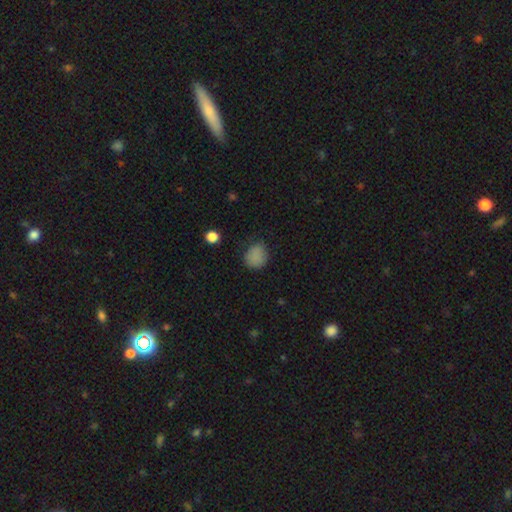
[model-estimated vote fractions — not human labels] Smooth or featured? Predicted: smooth (p=0.84). How rounded? Predicted: round (p=0.76). Merging? Predicted: none (p=0.74).